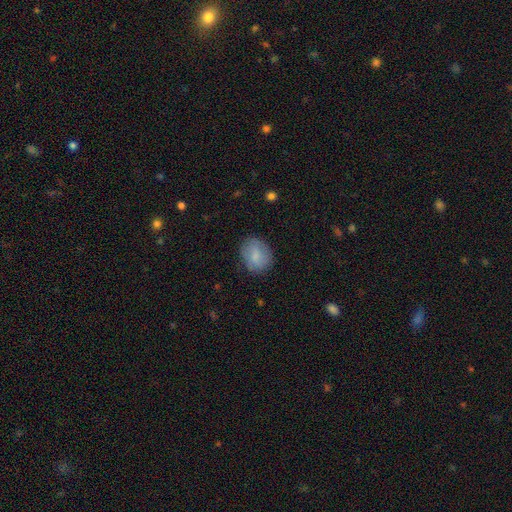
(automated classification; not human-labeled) smooth_or_featured: smooth (p=0.79) [alt: featured or disk p=0.14]
how_rounded: round (p=0.57) [alt: in between p=0.42]
merging: none (p=0.79) [alt: minor disturbance p=0.16]